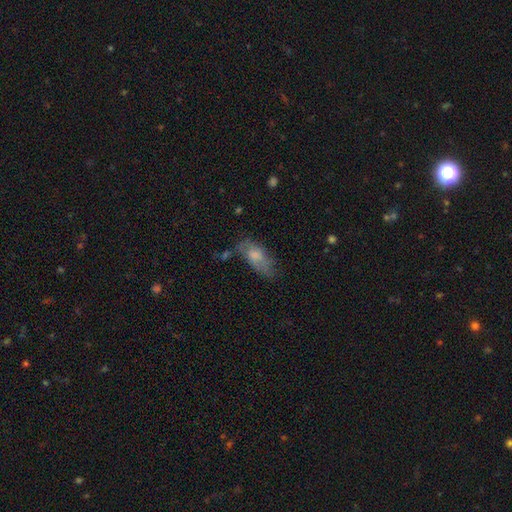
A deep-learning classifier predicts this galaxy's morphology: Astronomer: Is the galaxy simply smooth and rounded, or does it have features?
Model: smooth — 59%.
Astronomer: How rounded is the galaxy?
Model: in between — 83%.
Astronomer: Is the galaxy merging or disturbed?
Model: none — 40% (runner-up: minor disturbance, 30%).